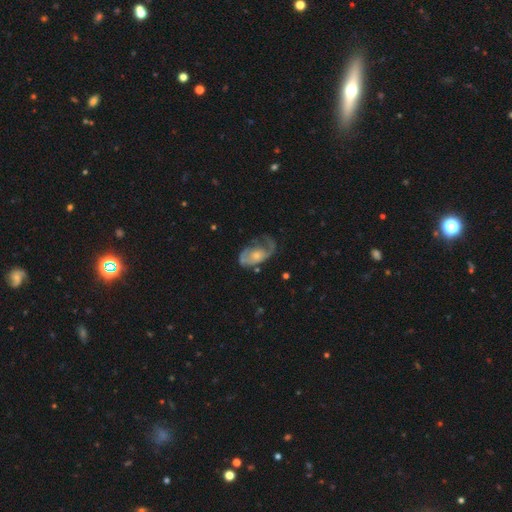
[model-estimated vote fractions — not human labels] Smooth or featured? Predicted: featured or disk (p=0.69). Edge-on disk? Predicted: no (p=0.96). Bar? Predicted: no (p=0.78). Spiral arms? Predicted: yes (p=0.78). Spiral winding? Predicted: medium (p=0.37). Spiral arm count? Predicted: 1 (p=0.50). Bulge size? Predicted: small (p=0.44). Merging? Predicted: none (p=0.36, tied with major disturbance).